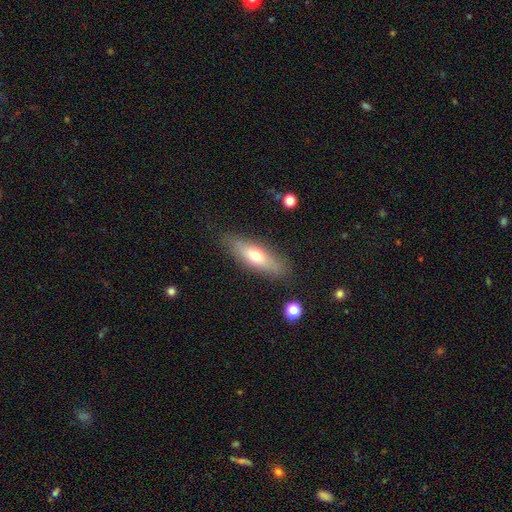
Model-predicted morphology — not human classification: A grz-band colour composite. It shows a smooth galaxy with no disk features (59%) that is in between round and cigar-shaped (49%). Merging: none (83%).